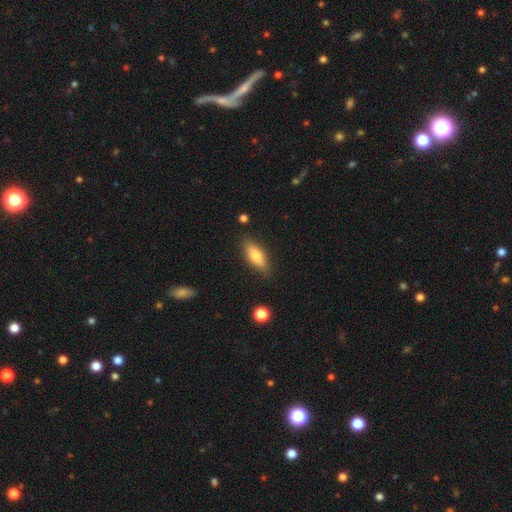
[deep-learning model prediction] This appears to be a smooth galaxy with no disk features (70%) that is in between round and cigar-shaped (65%). Merging: none (84%).